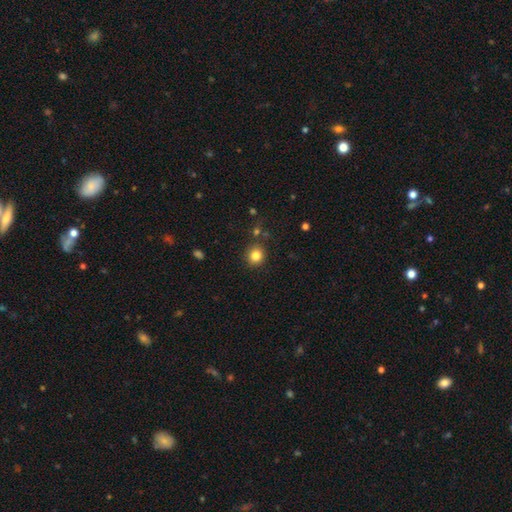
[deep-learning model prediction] Q: Smooth or featured?
A: smooth (82%); runner-up: star or artifact (12%)
Q: How rounded?
A: round (90%); runner-up: in between (9%)
Q: Merging?
A: none (87%); runner-up: minor disturbance (7%)